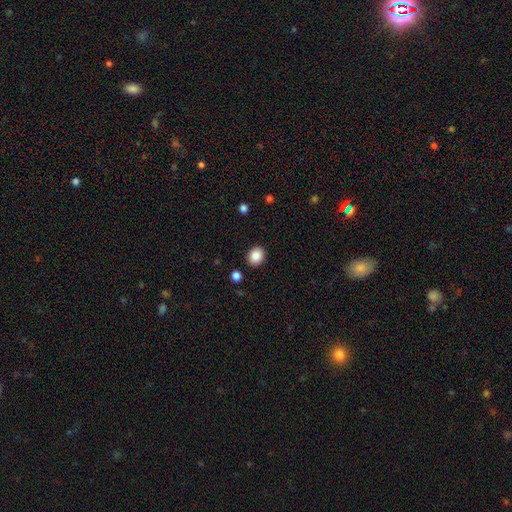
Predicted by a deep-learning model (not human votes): Smooth or featured? smooth (88%)
How rounded? round (62%)
Merging? none (89%)